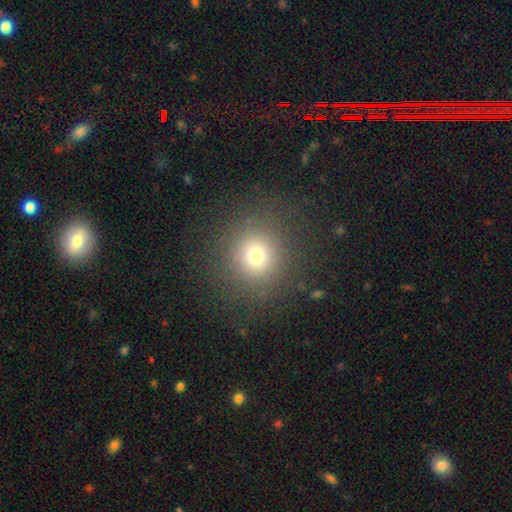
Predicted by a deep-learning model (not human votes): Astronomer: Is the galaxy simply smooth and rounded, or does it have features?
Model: smooth — 72%.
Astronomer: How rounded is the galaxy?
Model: round — 91%.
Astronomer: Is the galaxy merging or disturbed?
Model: none — 87%.